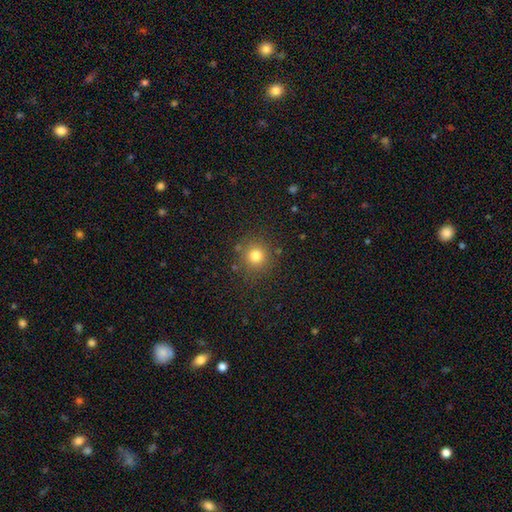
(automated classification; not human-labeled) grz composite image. It shows a smooth galaxy with no disk features (79%) that is round (93%). Merging: none (85%).